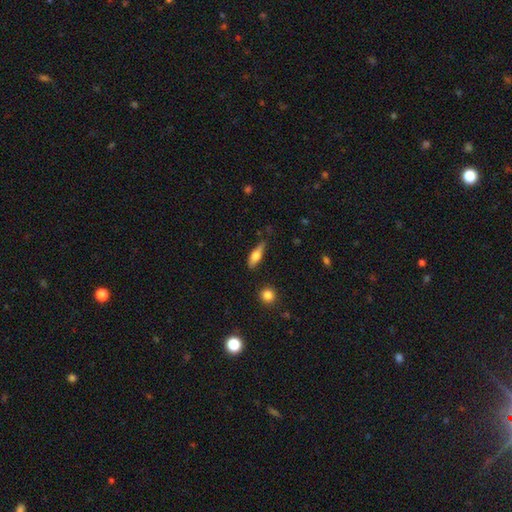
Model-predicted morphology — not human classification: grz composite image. It shows a smooth galaxy with no disk features (54%) that is cigar-shaped (52%). Merging: none (72%).